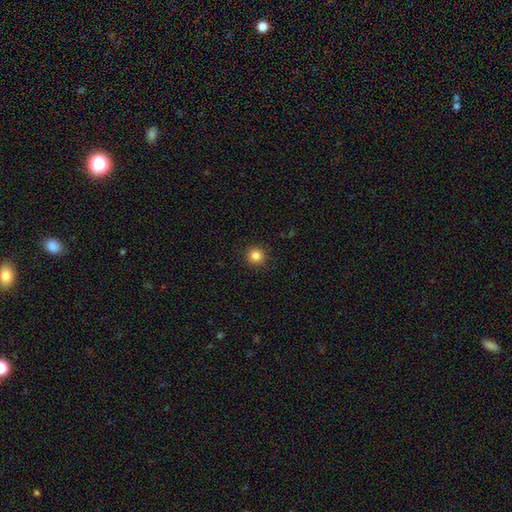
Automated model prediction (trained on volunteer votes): This appears to be a smooth galaxy with no disk features (84%) that is round (95%). Merging: none (92%).